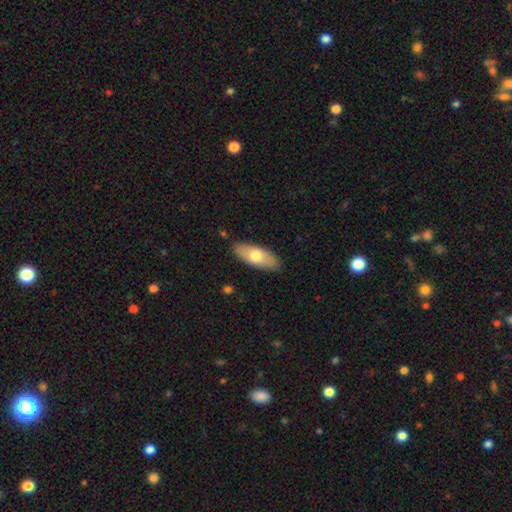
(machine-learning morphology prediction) This appears to be a smooth galaxy with no disk features (69%) that is in between round and cigar-shaped (79%). Merging: none (87%).